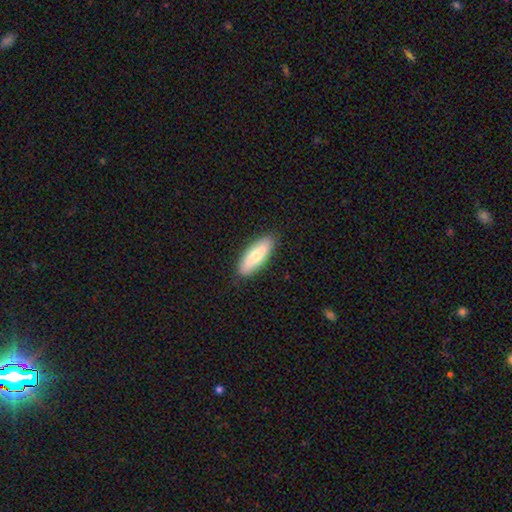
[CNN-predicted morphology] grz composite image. It shows a smooth galaxy with no disk features (71%) that is in between round and cigar-shaped (61%). Merging: none (88%).